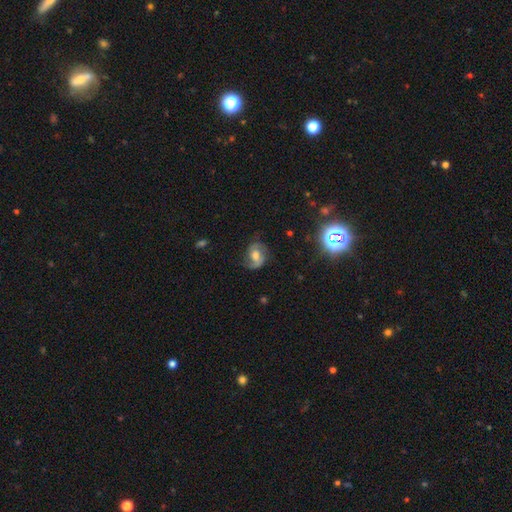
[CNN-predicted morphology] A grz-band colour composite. It shows a featured or disk galaxy (66%) with no bar (50%), 2 (82%) medium (48%) spiral arms (89%) and a moderate central bulge (64%). Merging: none (66%).